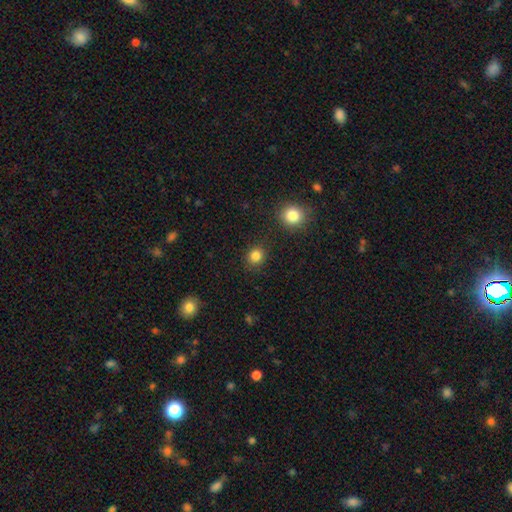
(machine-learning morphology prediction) Overall: smooth (84%). How rounded: round (85%). Merging: none (88%).